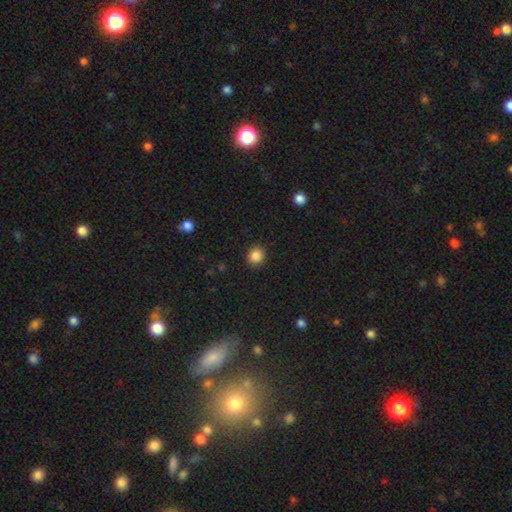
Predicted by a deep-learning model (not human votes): smooth-or-featured: smooth: 87% | star or artifact: 10% | featured or disk: 3%
  how-rounded: round: 82% | in between: 17% | cigar-shaped: 1%
  merging: none: 91% | minor disturbance: 6% | major disturbance: 2% | merger: 1%